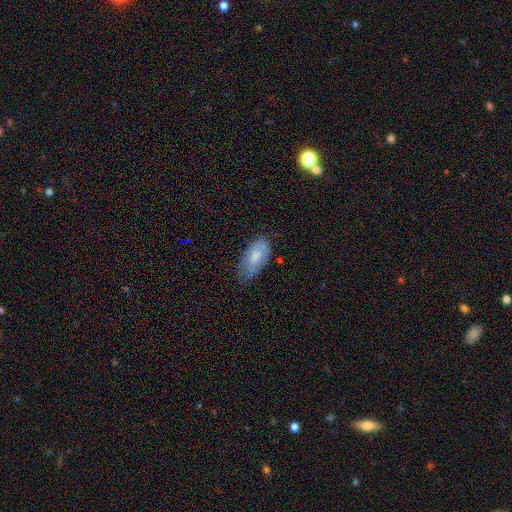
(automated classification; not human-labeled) Morphology: type=smooth (76%); roundness=in between (93%); merging=none (53%).